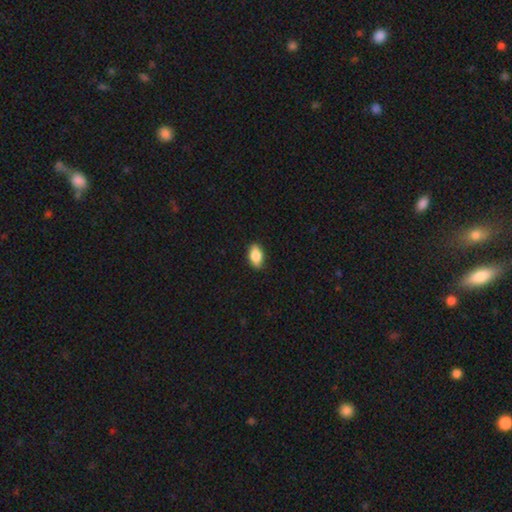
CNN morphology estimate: A smooth galaxy with no disk features (83%) that is in between round and cigar-shaped (89%).

Vote fractions:
- Smooth or featured? smooth: 83% / featured or disk: 10% / star or artifact: 7%
- How rounded? in between: 89% / round: 6% / cigar-shaped: 5%
- Merging? none: 86% / minor disturbance: 11% / major disturbance: 2% / merger: 1%